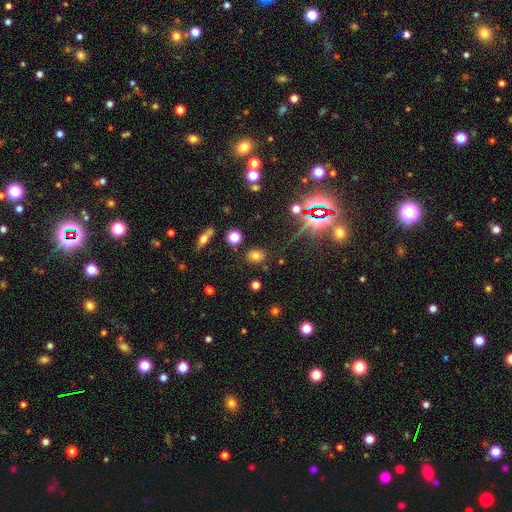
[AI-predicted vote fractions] The model was most divided on "how rounded": in between: 52%, round: 46%, cigar-shaped: 2%. More confident: merging — none (83%); smooth or featured — smooth (69%).